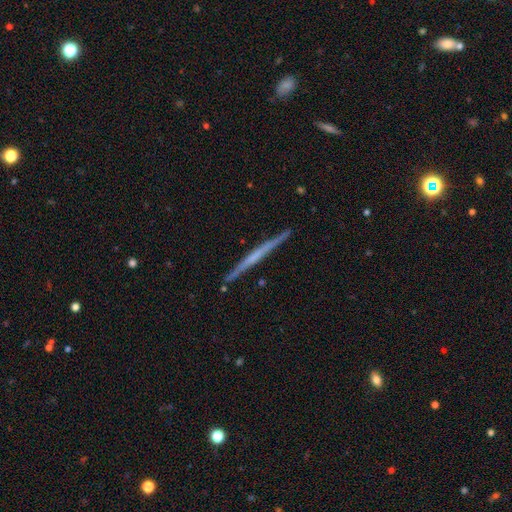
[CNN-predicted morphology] Smooth or featured? featured or disk (65%)
Edge-on disk? yes (98%)
Edge-on bulge? none (76%)
Merging? none (91%)